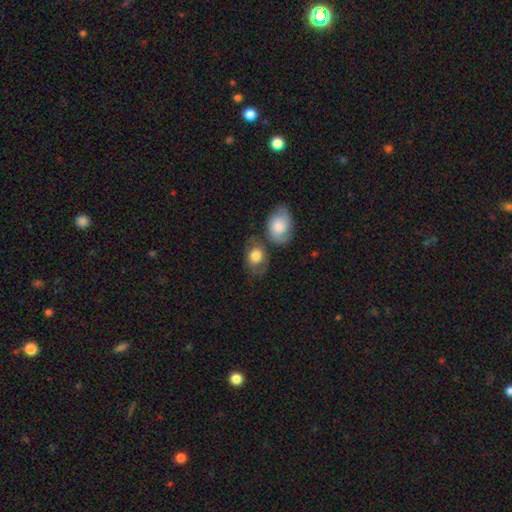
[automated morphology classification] Smooth or featured?
  - smooth: 77% *
  - featured or disk: 16%
  - star or artifact: 7%
How rounded?
  - in between: 59% *
  - round: 39%
  - cigar-shaped: 1%
Merging?
  - none: 45% *
  - merger: 26%
  - minor disturbance: 20%
  - major disturbance: 9%